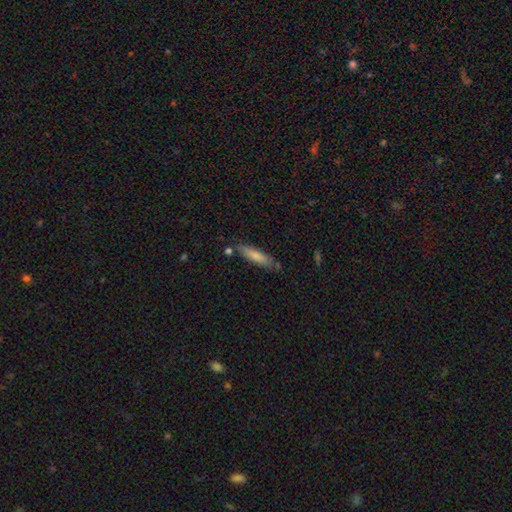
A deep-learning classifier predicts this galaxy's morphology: A smooth galaxy with no disk features (78%) that is cigar-shaped (78%). Merging: none (75%).